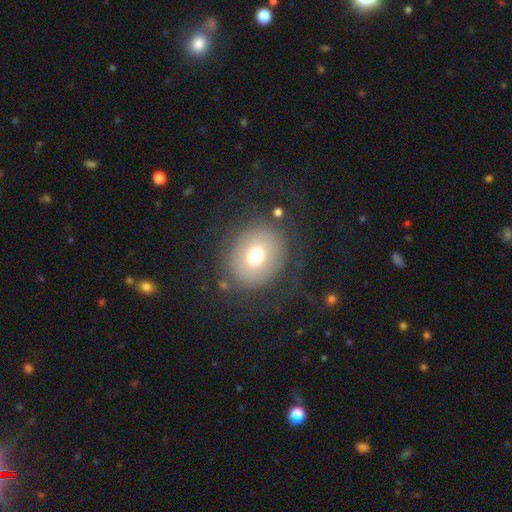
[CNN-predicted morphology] Smooth or featured? Predicted: smooth (p=0.66). How rounded? Predicted: round (p=0.74). Merging? Predicted: none (p=0.66).